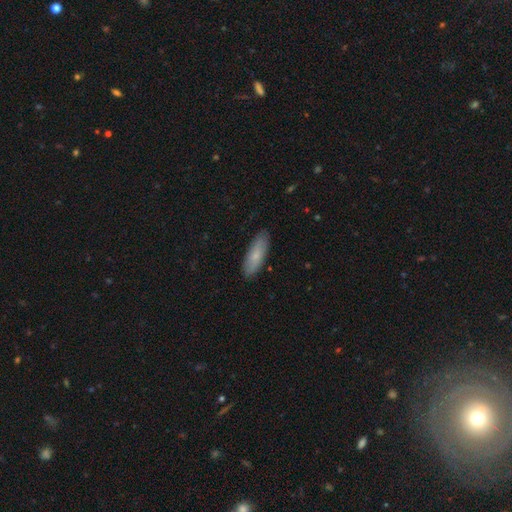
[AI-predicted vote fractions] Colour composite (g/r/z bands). It shows a smooth galaxy with no disk features (76%) that is in between round and cigar-shaped (55%). Merging: none (86%).